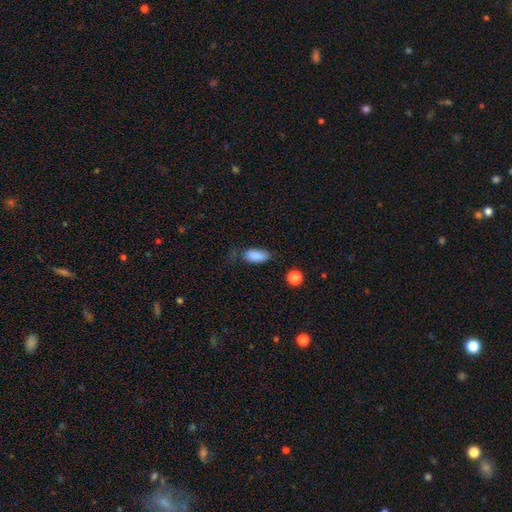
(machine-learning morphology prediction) A smooth galaxy with no disk features (86%) that is in between round and cigar-shaped (88%). Merging: none (62%).